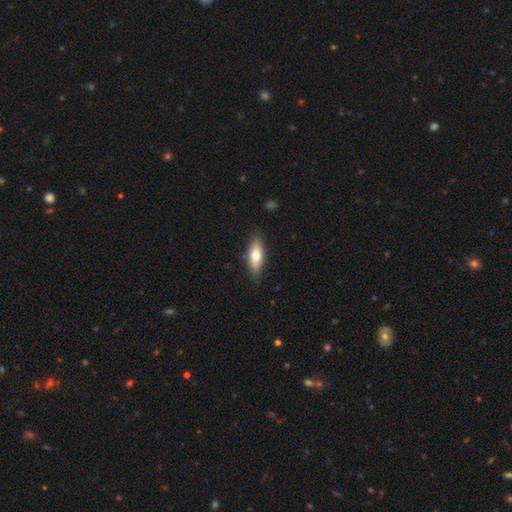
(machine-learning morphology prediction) Smooth or featured? smooth (68%)
How rounded? in between (58%)
Merging? none (85%)